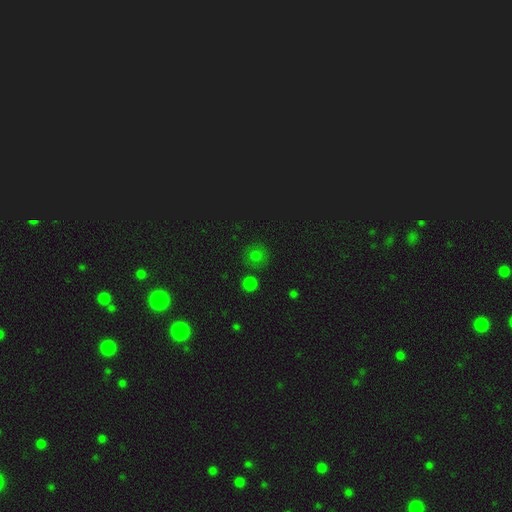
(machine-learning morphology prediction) A smooth galaxy with no disk features (66%) that is round (88%). Merging: none (78%).